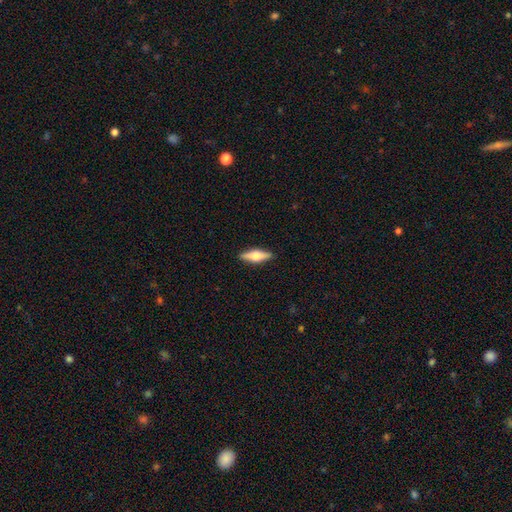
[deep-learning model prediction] Smooth or featured: featured or disk — 55% (smooth — 39%)
Edge-on disk: yes — 96% (no — 4%)
Edge-on bulge: rounded — 91% (boxy — 7%)
Merging: none — 90% (minor disturbance — 8%)